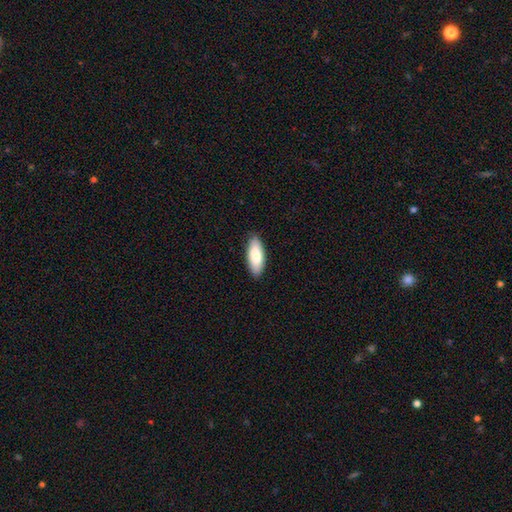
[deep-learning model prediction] The model was most divided on "how rounded": in between: 79%, cigar-shaped: 19%, round: 2%. More confident: merging — none (88%); smooth or featured — smooth (84%).